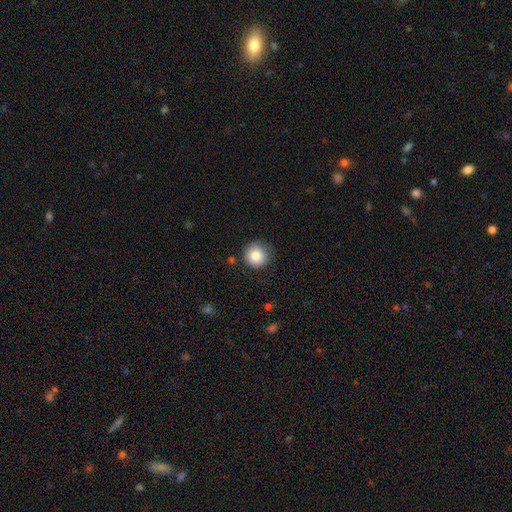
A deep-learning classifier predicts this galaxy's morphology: smooth 84%, star or artifact 10%, featured or disk 6%. Down the decision tree: how rounded — round (94%); merging — none (80%).